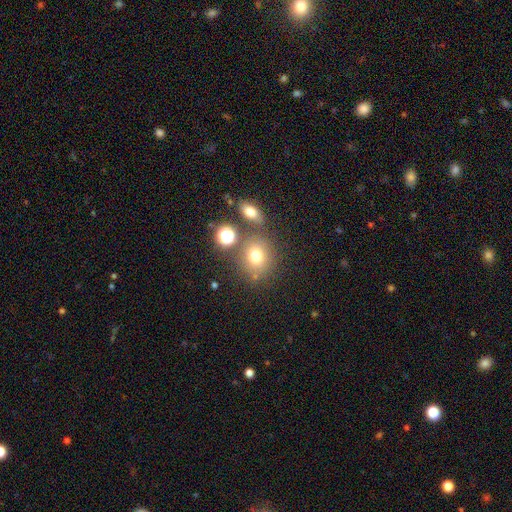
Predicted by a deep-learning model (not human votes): smooth-or-featured: smooth: 73% | star or artifact: 16% | featured or disk: 11%
  how-rounded: round: 71% | in between: 28% | cigar-shaped: 1%
  merging: none: 68% | merger: 14% | minor disturbance: 12% | major disturbance: 5%